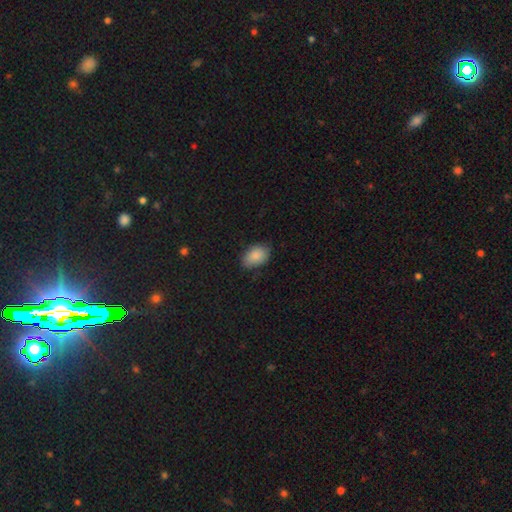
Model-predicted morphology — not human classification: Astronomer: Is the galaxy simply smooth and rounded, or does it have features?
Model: smooth — 88%.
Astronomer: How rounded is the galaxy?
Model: in between — 86%.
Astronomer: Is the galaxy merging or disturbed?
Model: none — 74%.